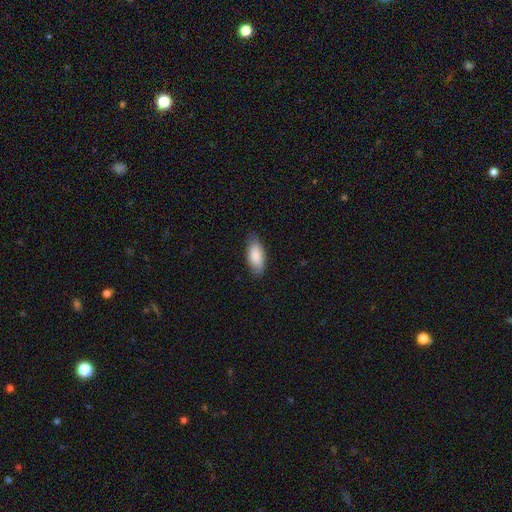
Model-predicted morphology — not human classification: smooth-or-featured: smooth: 86% | featured or disk: 8% | star or artifact: 6%
  how-rounded: in between: 87% | cigar-shaped: 11% | round: 2%
  merging: none: 80% | minor disturbance: 16% | major disturbance: 3% | merger: 1%